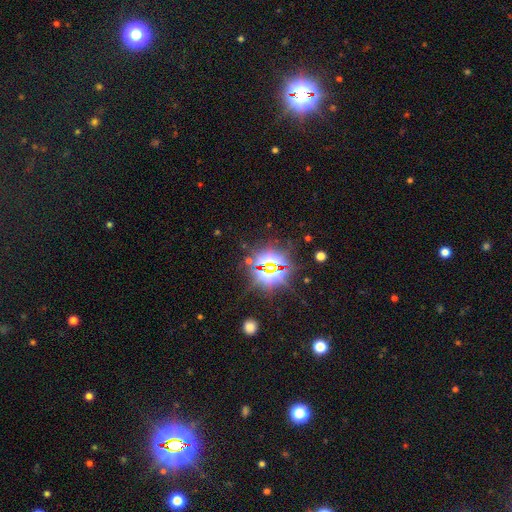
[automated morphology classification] A star or artifact, not a galaxy (82%).